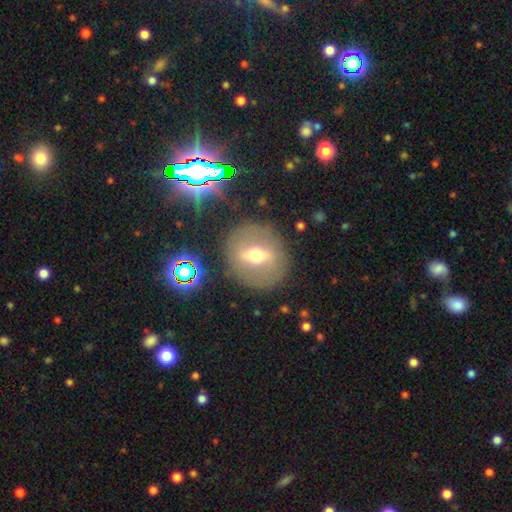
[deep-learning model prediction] Q: Smooth or featured?
A: featured or disk (51%); runner-up: smooth (35%)
Q: Edge-on disk?
A: no (81%); runner-up: yes (19%)
Q: Merging?
A: none (84%); runner-up: minor disturbance (10%)